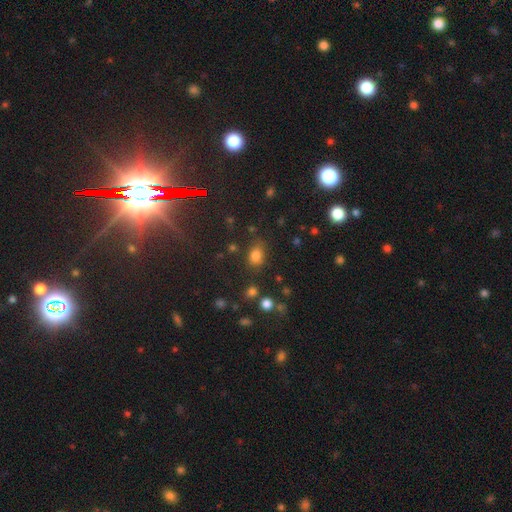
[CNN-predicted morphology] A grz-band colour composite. It shows a smooth galaxy with no disk features (79%) that is in between round and cigar-shaped (68%). Merging: none (73%).